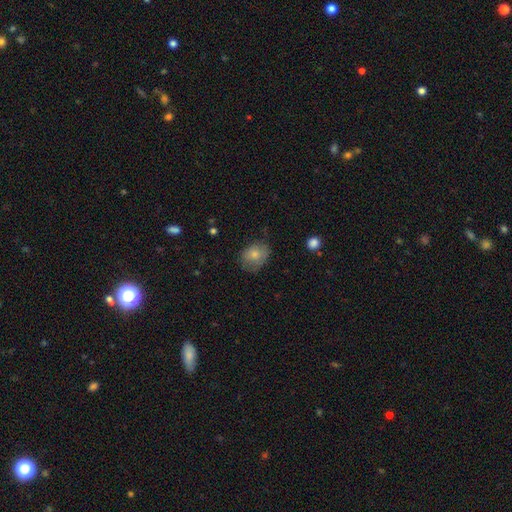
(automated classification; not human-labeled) The model was most divided on "how rounded": in between: 51%, round: 48%, cigar-shaped: 1%. More confident: merging — none (71%); smooth or featured — smooth (69%).